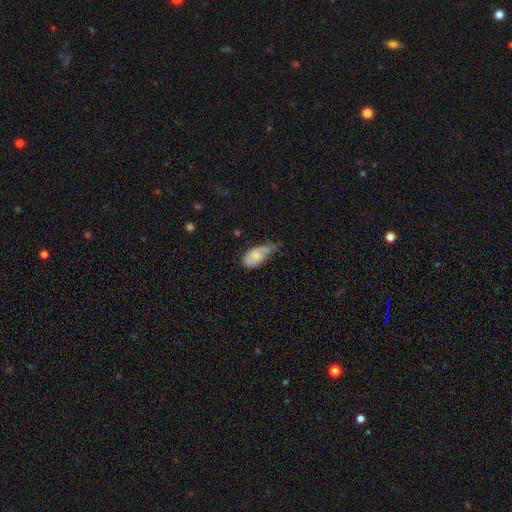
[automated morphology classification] The model was most divided on "merging": minor disturbance: 47%, none: 27%, major disturbance: 23%, merger: 3%. More confident: how rounded — in between (92%); smooth or featured — smooth (70%).